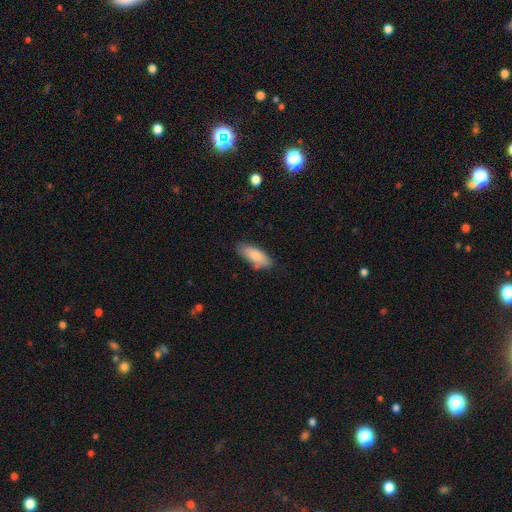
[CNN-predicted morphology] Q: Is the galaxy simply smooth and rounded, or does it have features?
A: smooth — 82%.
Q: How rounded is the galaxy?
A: in between — 78%.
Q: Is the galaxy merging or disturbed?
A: none — 75%.